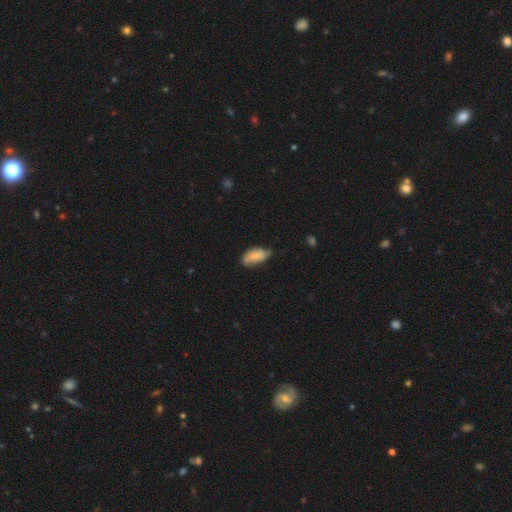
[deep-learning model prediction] This appears to be a smooth galaxy with no disk features (54%) that is in between round and cigar-shaped (91%). Merging: none (53%).